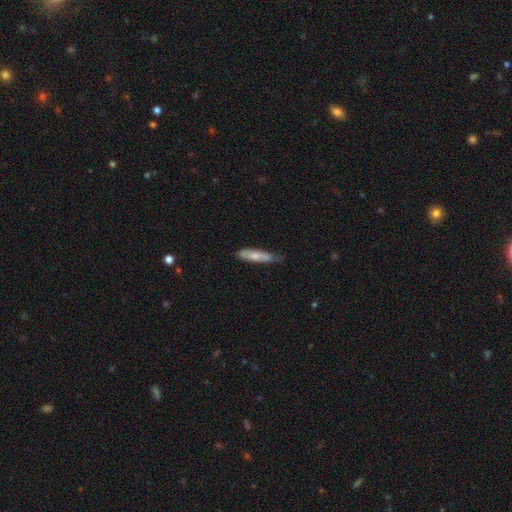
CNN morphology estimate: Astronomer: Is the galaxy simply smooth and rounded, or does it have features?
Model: smooth — 70%.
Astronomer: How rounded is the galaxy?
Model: cigar-shaped — 72%.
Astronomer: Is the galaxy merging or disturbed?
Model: none — 63%.